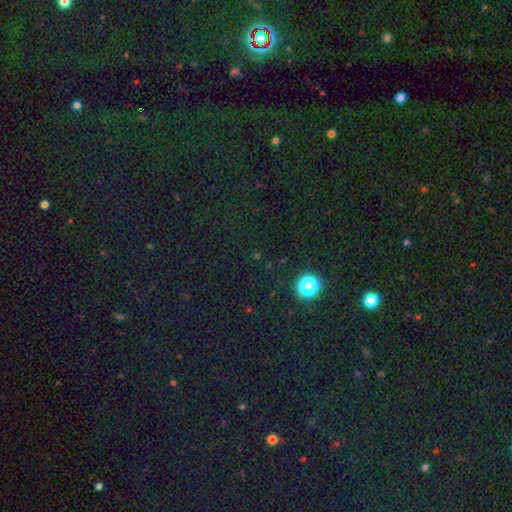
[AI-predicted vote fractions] Smooth or featured? star or artifact (74%)